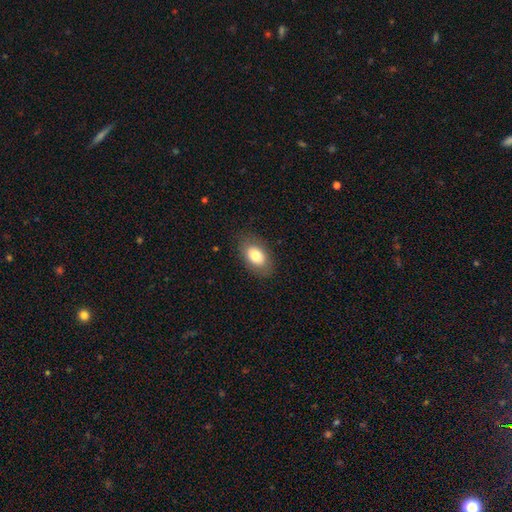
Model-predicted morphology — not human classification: Smooth or featured? smooth (79%)
How rounded? in between (88%)
Merging? none (83%)